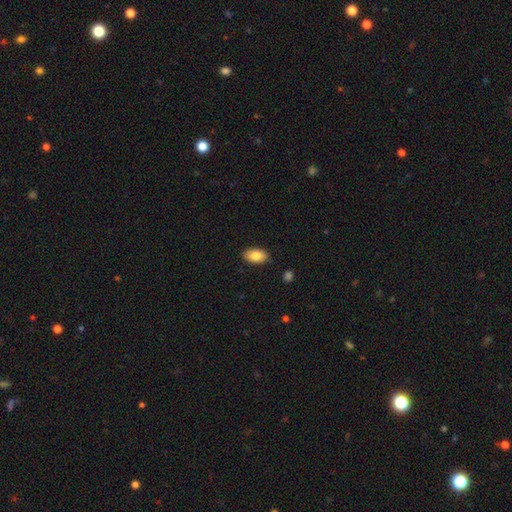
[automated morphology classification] Overall: smooth (85%). How rounded: in between (94%). Merging: none (86%).